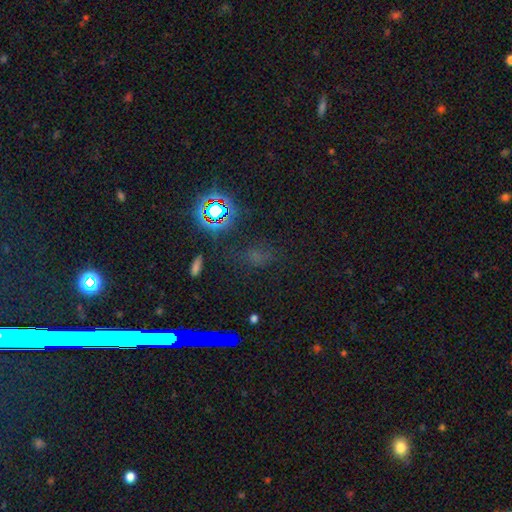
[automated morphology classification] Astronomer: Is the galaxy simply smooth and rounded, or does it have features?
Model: star or artifact — 67%.